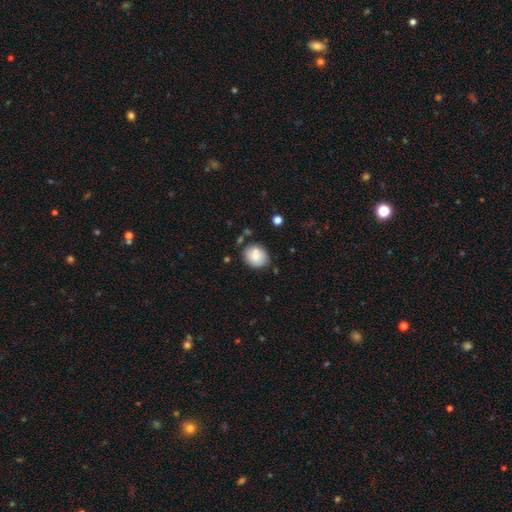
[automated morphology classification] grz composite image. It shows a smooth galaxy with no disk features (83%) that is round (68%). Merging: none (77%).